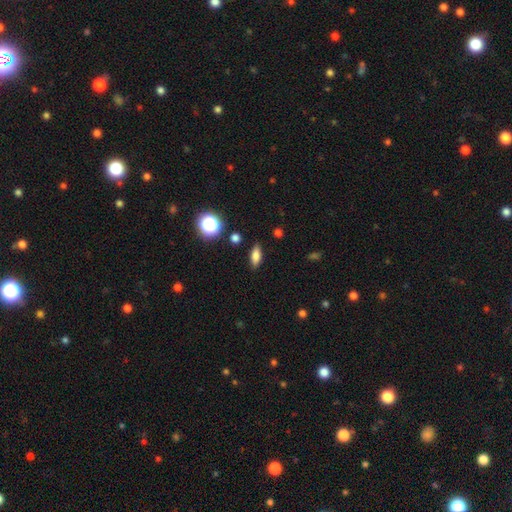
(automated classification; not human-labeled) smooth-or-featured: smooth: 76% | featured or disk: 13% | star or artifact: 12%
  how-rounded: in between: 69% | cigar-shaped: 23% | round: 7%
  merging: none: 87% | minor disturbance: 9% | major disturbance: 2% | merger: 2%